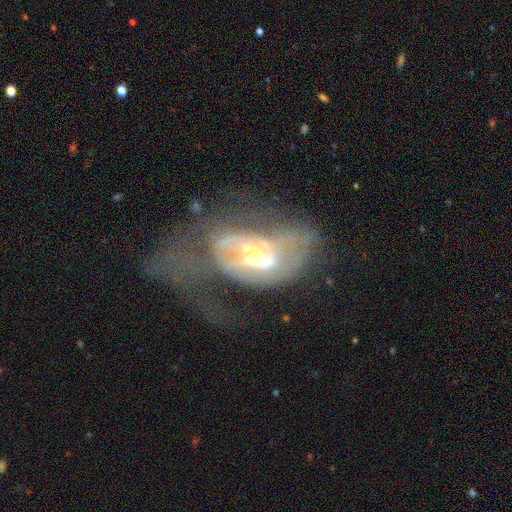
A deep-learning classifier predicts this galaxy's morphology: smooth_or_featured: featured or disk (p=0.70) [alt: smooth p=0.21]
disk_edge_on: no (p=0.95) [alt: yes p=0.05]
bar: no (p=0.56) [alt: weak p=0.32]
has_spiral_arms: no (p=0.53) [alt: yes p=0.47]
bulge_size: moderate (p=0.54) [alt: small p=0.27]
merging: major disturbance (p=0.56) [alt: merger p=0.16]